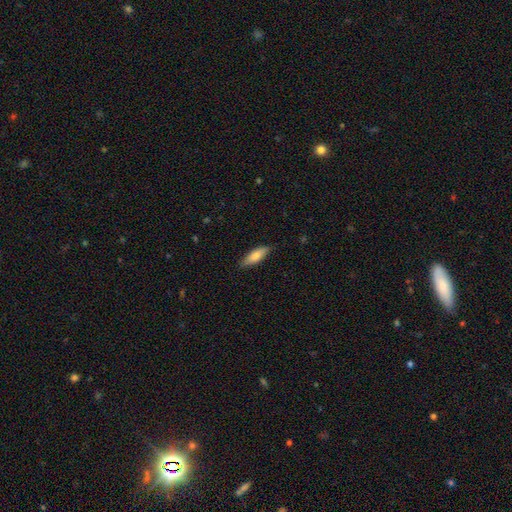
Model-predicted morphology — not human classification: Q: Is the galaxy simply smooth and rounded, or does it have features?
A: smooth — 74%.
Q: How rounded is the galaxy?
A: in between — 57%.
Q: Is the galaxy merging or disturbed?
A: none — 84%.